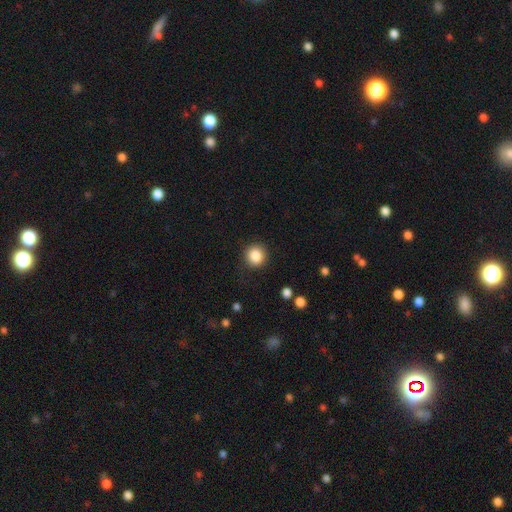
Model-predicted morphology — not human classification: This appears to be a smooth galaxy with no disk features (85%) that is round (92%). Merging: none (89%).